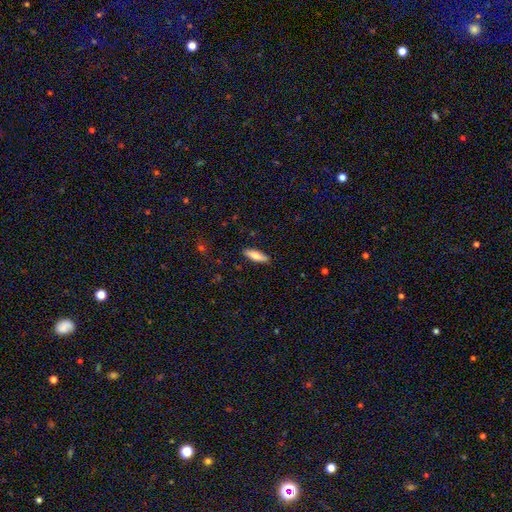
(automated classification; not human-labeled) smooth-or-featured: smooth: 78% | featured or disk: 16% | star or artifact: 6%
  how-rounded: cigar-shaped: 53% | in between: 45% | round: 2%
  merging: none: 88% | minor disturbance: 9% | major disturbance: 2% | merger: 1%